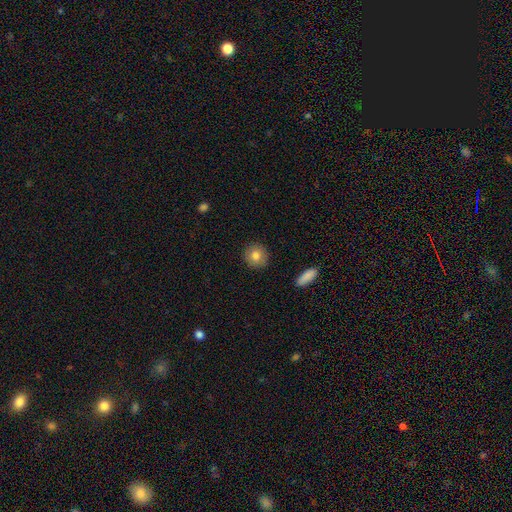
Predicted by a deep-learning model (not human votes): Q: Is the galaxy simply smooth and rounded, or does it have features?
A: smooth — 81%.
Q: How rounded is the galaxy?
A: round — 91%.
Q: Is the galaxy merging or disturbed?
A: none — 91%.